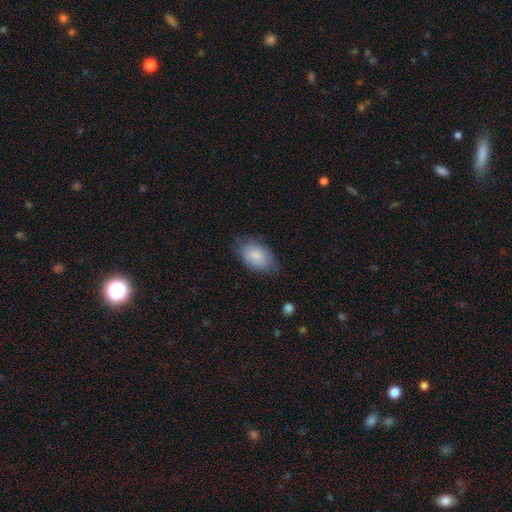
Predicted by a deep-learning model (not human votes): This appears to be a smooth galaxy with no disk features (81%) that is in between round and cigar-shaped (90%). Merging: none (71%).